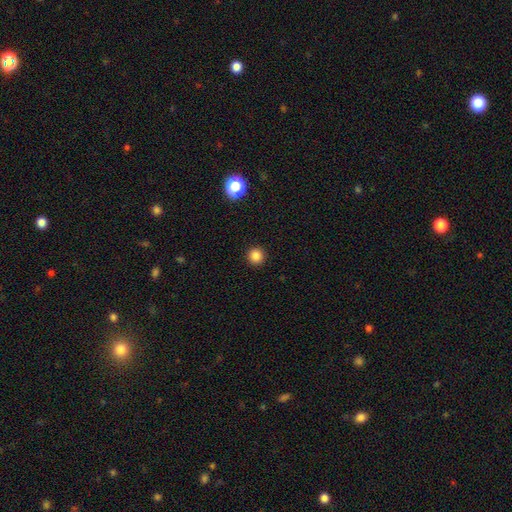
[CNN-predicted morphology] Smooth or featured?
  - smooth: 84% *
  - star or artifact: 13%
  - featured or disk: 4%
How rounded?
  - round: 96% *
  - in between: 3%
  - cigar-shaped: 1%
Merging?
  - none: 93% *
  - minor disturbance: 4%
  - major disturbance: 2%
  - merger: 1%